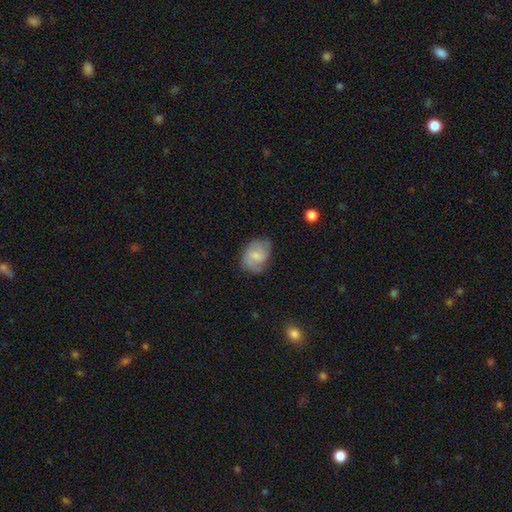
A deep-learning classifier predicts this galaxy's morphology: type=featured or disk (55%); edge-on=no (97%); bar=no (47%); spiral arms=yes (88%); bulge=small (48%); merging=none (66%).